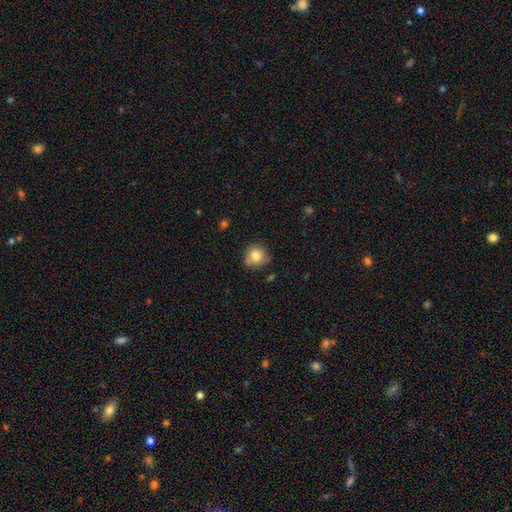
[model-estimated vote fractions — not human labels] Smooth or featured: smooth — 80% (featured or disk — 11%)
How rounded: round — 89% (in between — 10%)
Merging: none — 70% (minor disturbance — 19%)